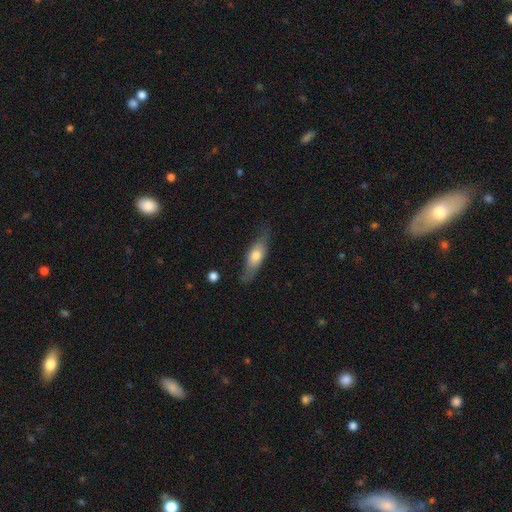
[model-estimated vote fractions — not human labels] Smooth or featured? smooth (61%)
How rounded? in between (57%)
Merging? none (69%)